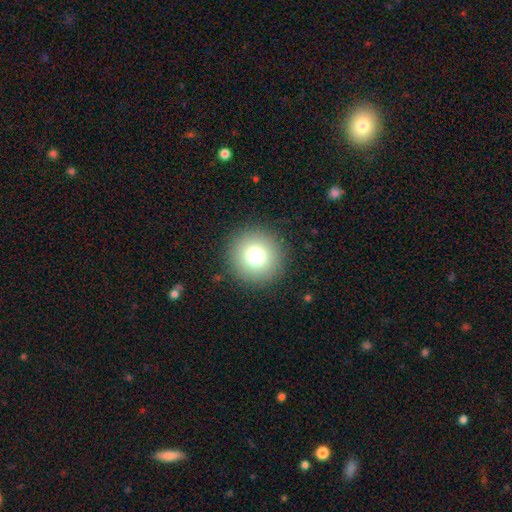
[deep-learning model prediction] Smooth or featured? smooth (76%)
How rounded? round (96%)
Merging? none (91%)